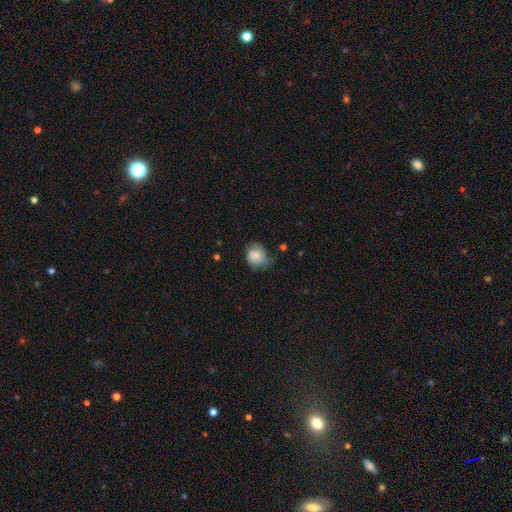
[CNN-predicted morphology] Smooth or featured: smooth — 72% (featured or disk — 20%)
How rounded: round — 61% (in between — 38%)
Merging: none — 50% (minor disturbance — 36%)